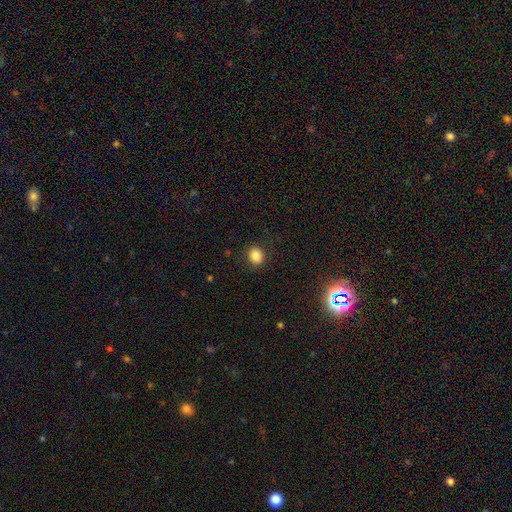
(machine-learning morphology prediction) Smooth or featured? smooth (84%)
How rounded? round (69%)
Merging? none (88%)